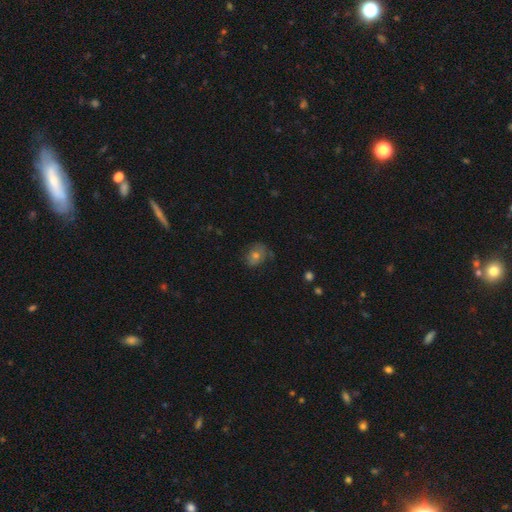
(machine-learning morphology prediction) The model was most divided on "how rounded": in between: 52%, round: 47%, cigar-shaped: 1%. More confident: merging — none (67%); smooth or featured — smooth (64%).